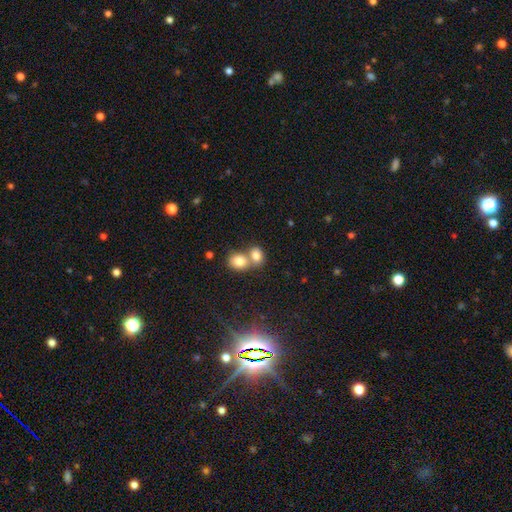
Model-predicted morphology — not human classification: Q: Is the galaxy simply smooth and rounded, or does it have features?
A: smooth — 79%.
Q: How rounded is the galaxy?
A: in between — 55%.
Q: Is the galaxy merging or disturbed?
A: merger — 60%.